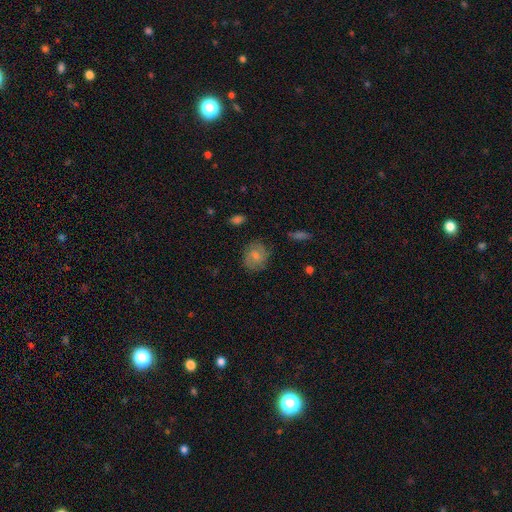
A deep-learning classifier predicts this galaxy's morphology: Smooth or featured?
  - smooth: 59% *
  - featured or disk: 33%
  - star or artifact: 8%
How rounded?
  - round: 67% *
  - in between: 32%
  - cigar-shaped: 1%
Merging?
  - none: 74% *
  - minor disturbance: 18%
  - major disturbance: 6%
  - merger: 2%